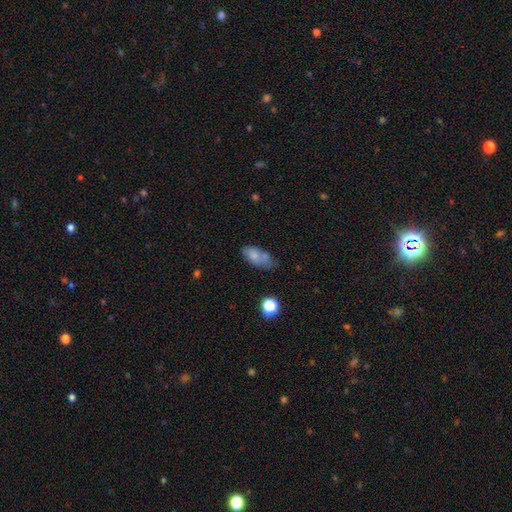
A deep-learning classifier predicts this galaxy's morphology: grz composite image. It shows a smooth galaxy with no disk features (71%) that is in between round and cigar-shaped (87%). Merging: none (42%).